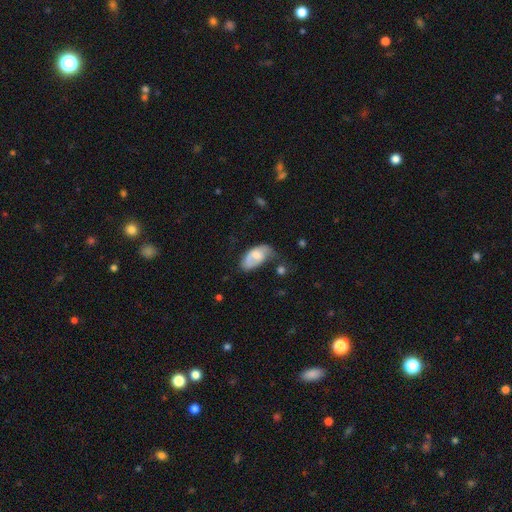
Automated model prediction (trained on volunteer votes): A smooth galaxy with no disk features (57%) that is in between round and cigar-shaped (93%).

Vote fractions:
- Smooth or featured? smooth: 57% / featured or disk: 36% / star or artifact: 7%
- How rounded? in between: 93% / round: 4% / cigar-shaped: 3%
- Merging? minor disturbance: 36% / none: 31% / major disturbance: 26% / merger: 7%